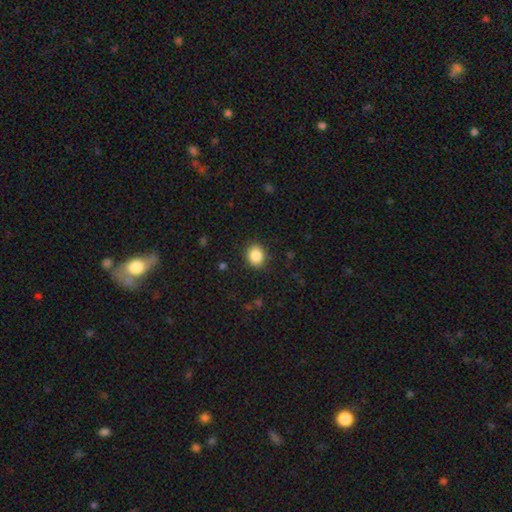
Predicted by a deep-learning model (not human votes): Q: Smooth or featured?
A: smooth (87%); runner-up: star or artifact (9%)
Q: How rounded?
A: round (66%); runner-up: in between (33%)
Q: Merging?
A: none (87%); runner-up: minor disturbance (9%)